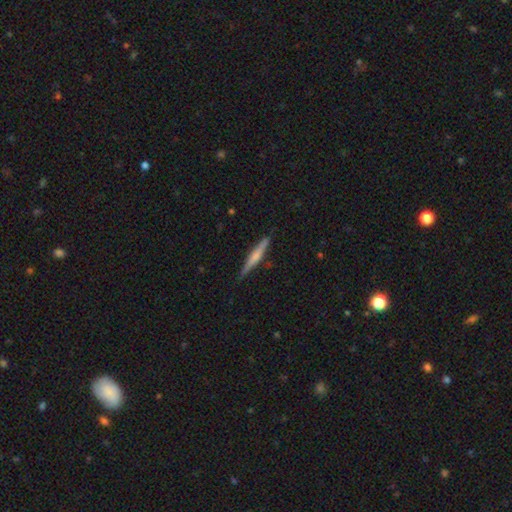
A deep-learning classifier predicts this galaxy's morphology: This appears to be a featured or disk galaxy (53%) viewed edge-on (97%) with a rounded central bulge (60%). Merging: none (87%).